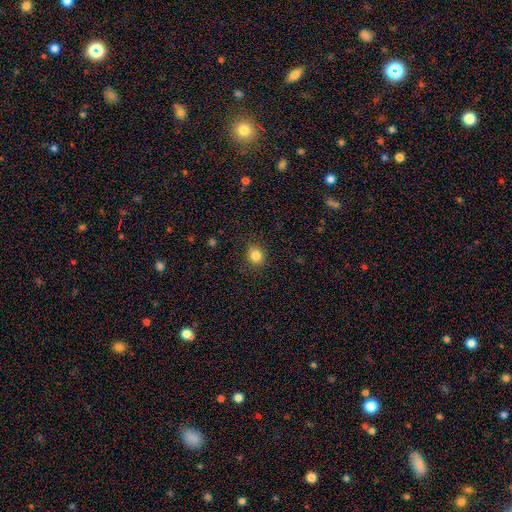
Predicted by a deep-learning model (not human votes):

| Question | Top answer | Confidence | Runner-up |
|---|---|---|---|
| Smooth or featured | smooth | 84% | star or artifact (11%) |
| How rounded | round | 79% | in between (20%) |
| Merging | none | 88% | minor disturbance (9%) |